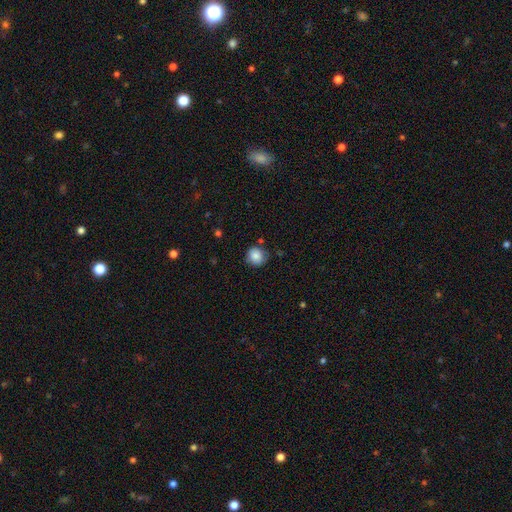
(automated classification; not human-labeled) smooth-or-featured: smooth: 84% | star or artifact: 9% | featured or disk: 7%
  how-rounded: round: 89% | in between: 10% | cigar-shaped: 1%
  merging: none: 78% | minor disturbance: 15% | major disturbance: 3% | merger: 3%